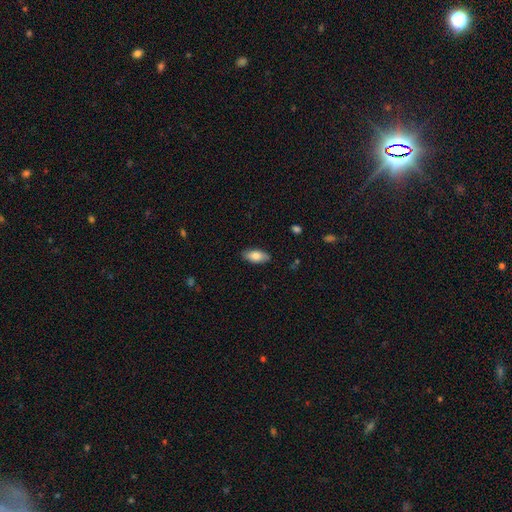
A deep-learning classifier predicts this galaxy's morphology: This appears to be a smooth galaxy with no disk features (81%) that is in between round and cigar-shaped (87%). Merging: none (87%).